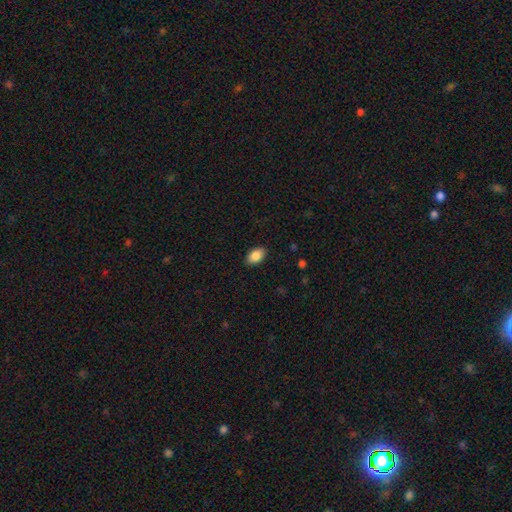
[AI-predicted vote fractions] This appears to be a smooth galaxy with no disk features (88%) that is in between round and cigar-shaped (93%). Merging: none (88%).